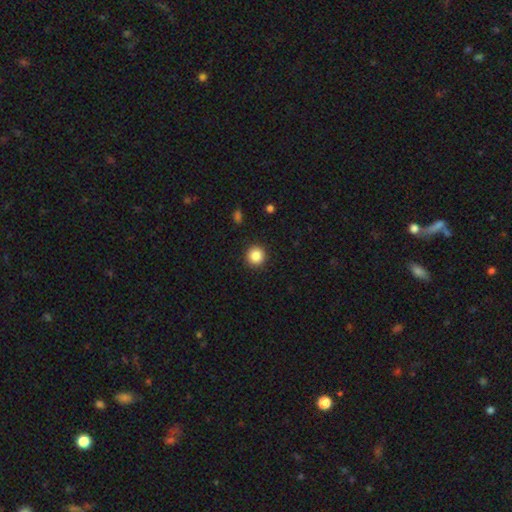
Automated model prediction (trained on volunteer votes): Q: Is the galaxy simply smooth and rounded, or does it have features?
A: smooth — 87%.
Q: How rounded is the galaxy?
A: round — 95%.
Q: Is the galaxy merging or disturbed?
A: none — 92%.